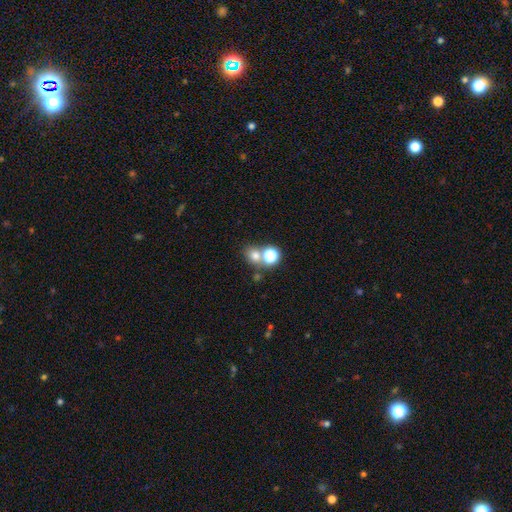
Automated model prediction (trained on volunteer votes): Smooth or featured? smooth (69%)
How rounded? round (67%)
Merging? none (55%)